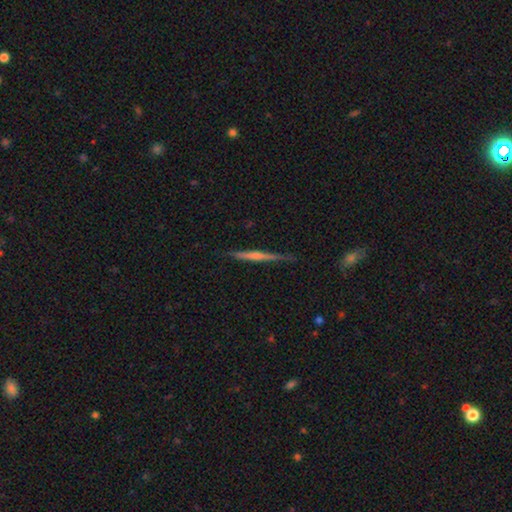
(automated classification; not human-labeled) smooth_or_featured: featured or disk (p=0.60) [alt: smooth p=0.34]
disk_edge_on: yes (p=0.98) [alt: no p=0.02]
edge_on_bulge: none (p=0.45) [alt: rounded p=0.43]
merging: none (p=0.83) [alt: minor disturbance p=0.13]